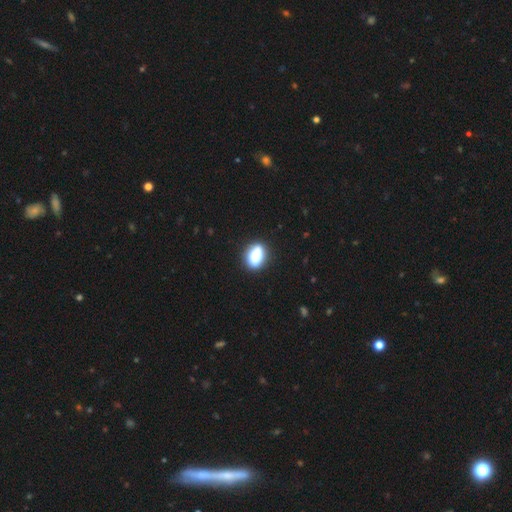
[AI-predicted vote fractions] A smooth galaxy with no disk features (81%) that is in between round and cigar-shaped (76%).

Vote fractions:
- Smooth or featured? smooth: 81% / featured or disk: 10% / star or artifact: 9%
- How rounded? in between: 76% / round: 20% / cigar-shaped: 4%
- Merging? none: 83% / minor disturbance: 12% / major disturbance: 3% / merger: 2%